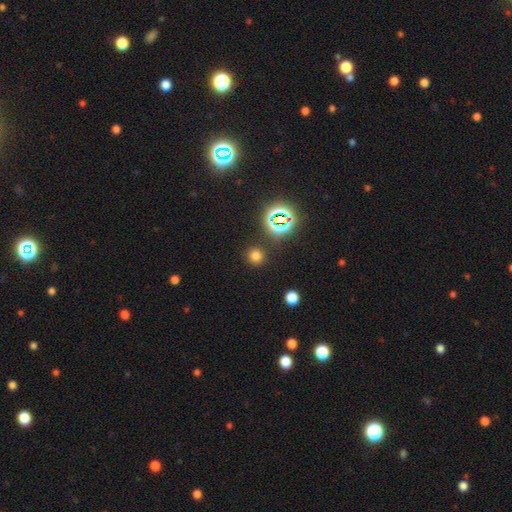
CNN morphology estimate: Smooth or featured? Predicted: smooth (p=0.69). How rounded? Predicted: round (p=0.91). Merging? Predicted: none (p=0.88).